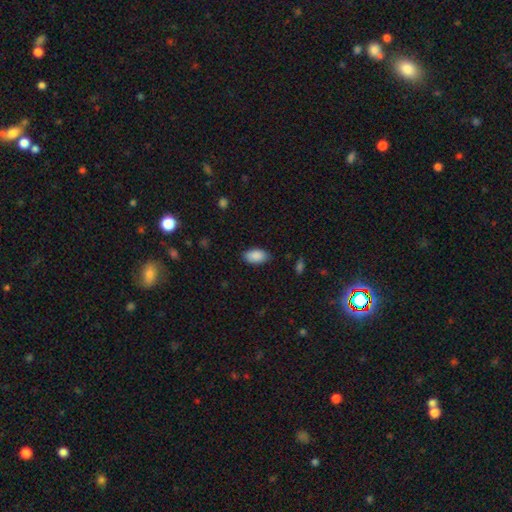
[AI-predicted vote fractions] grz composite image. It shows a smooth galaxy with no disk features (89%) that is in between round and cigar-shaped (94%). Merging: none (84%).